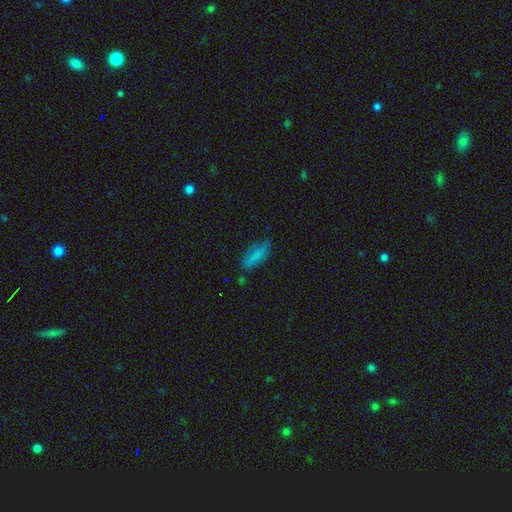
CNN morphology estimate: Smooth or featured? smooth (75%)
How rounded? in between (56%)
Merging? none (62%)